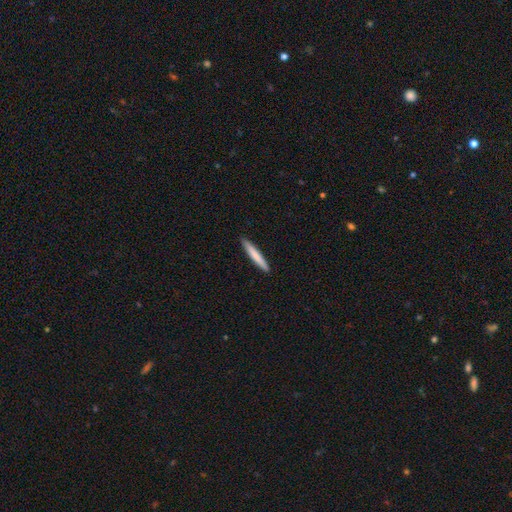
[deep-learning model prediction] Smooth or featured?
  - smooth: 76% *
  - featured or disk: 19%
  - star or artifact: 5%
How rounded?
  - cigar-shaped: 96% *
  - in between: 3%
  - round: 1%
Merging?
  - none: 92% *
  - minor disturbance: 6%
  - major disturbance: 1%
  - merger: 1%